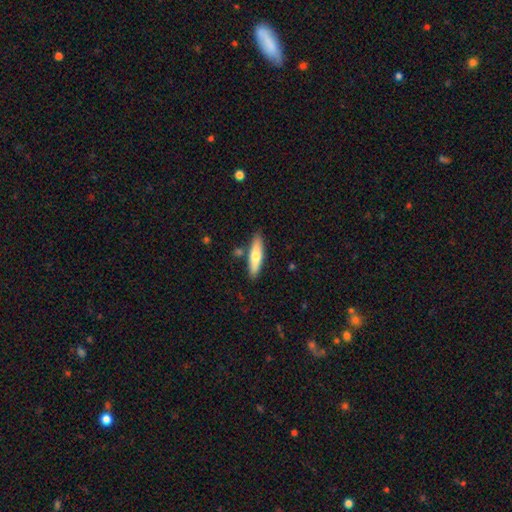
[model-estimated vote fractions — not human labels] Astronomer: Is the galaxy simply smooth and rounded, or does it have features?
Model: smooth — 65%.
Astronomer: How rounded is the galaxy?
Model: cigar-shaped — 72%.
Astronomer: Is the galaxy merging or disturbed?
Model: none — 83%.